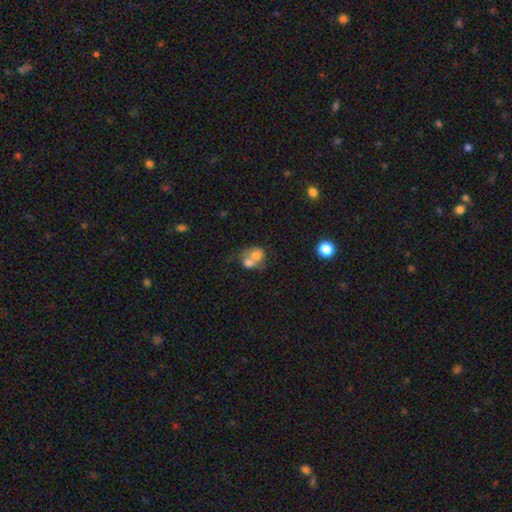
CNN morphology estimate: Smooth or featured? smooth (66%)
How rounded? round (66%)
Merging? merger (68%)